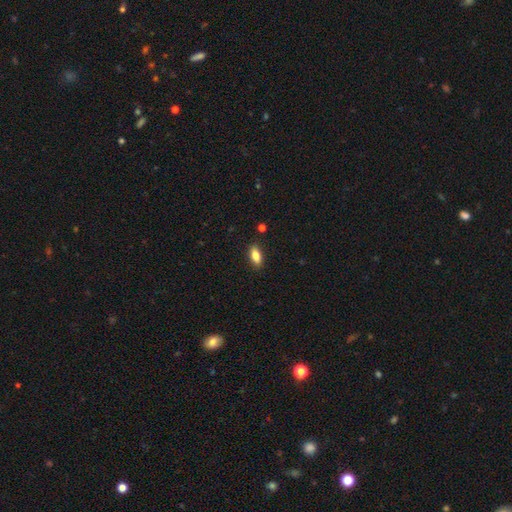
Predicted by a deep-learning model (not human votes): Smooth or featured? Predicted: smooth (p=0.83). How rounded? Predicted: in between (p=0.84). Merging? Predicted: none (p=0.87).